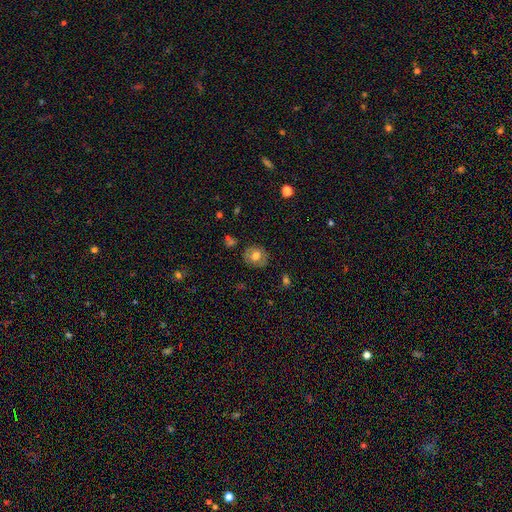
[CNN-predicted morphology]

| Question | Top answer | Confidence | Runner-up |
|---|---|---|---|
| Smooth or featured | smooth | 63% | featured or disk (28%) |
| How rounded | round | 73% | in between (26%) |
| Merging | none | 81% | minor disturbance (14%) |